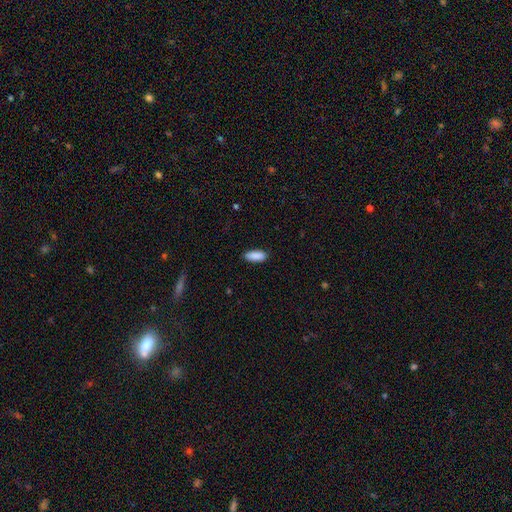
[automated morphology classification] Smooth or featured?
  - smooth: 90% *
  - star or artifact: 6%
  - featured or disk: 4%
How rounded?
  - in between: 79% *
  - cigar-shaped: 19%
  - round: 2%
Merging?
  - none: 87% *
  - minor disturbance: 10%
  - major disturbance: 2%
  - merger: 1%